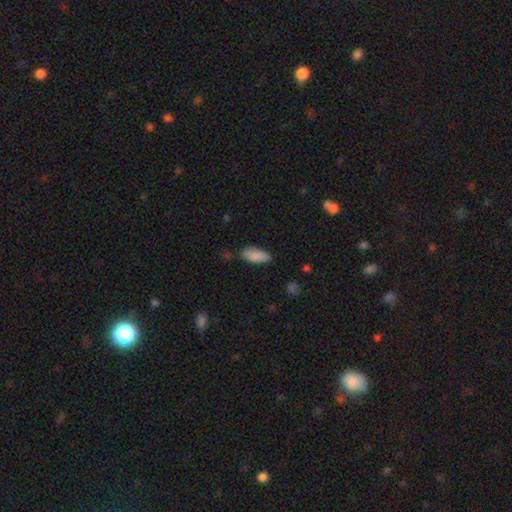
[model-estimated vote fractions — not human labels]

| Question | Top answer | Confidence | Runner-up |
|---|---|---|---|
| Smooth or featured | smooth | 88% | star or artifact (7%) |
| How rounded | in between | 80% | cigar-shaped (18%) |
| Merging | none | 76% | minor disturbance (19%) |